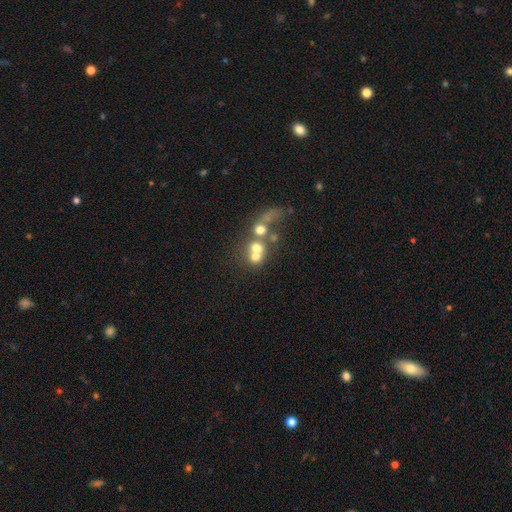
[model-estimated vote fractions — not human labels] A smooth galaxy with no disk features (54%) that is round (78%). Merging: merger (58%).